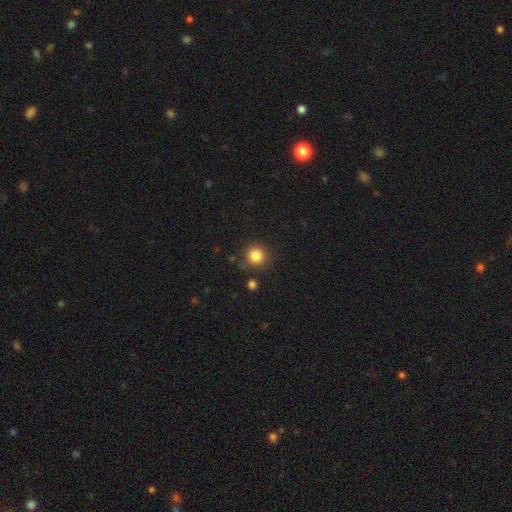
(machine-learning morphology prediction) A smooth galaxy with no disk features (85%) that is round (93%). Merging: none (84%).